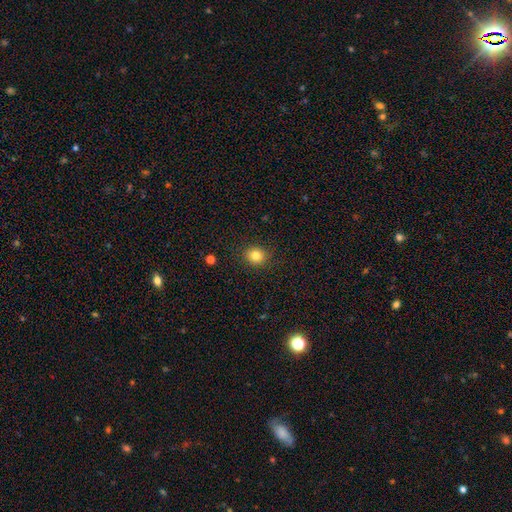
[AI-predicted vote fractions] Smooth or featured? smooth (82%)
How rounded? round (83%)
Merging? none (90%)